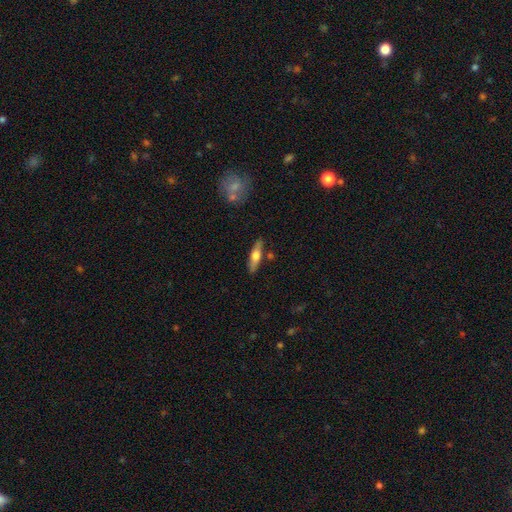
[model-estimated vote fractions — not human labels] This appears to be a smooth galaxy with no disk features (51%) that is cigar-shaped (69%). Merging: none (83%).